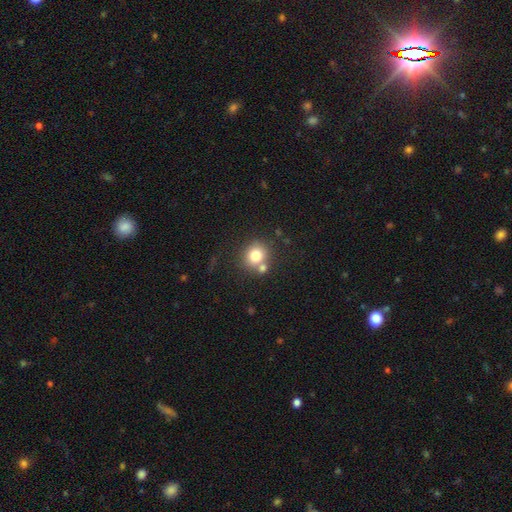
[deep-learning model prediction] Smooth or featured: smooth — 78% (star or artifact — 11%)
How rounded: round — 83% (in between — 17%)
Merging: none — 64% (merger — 23%)